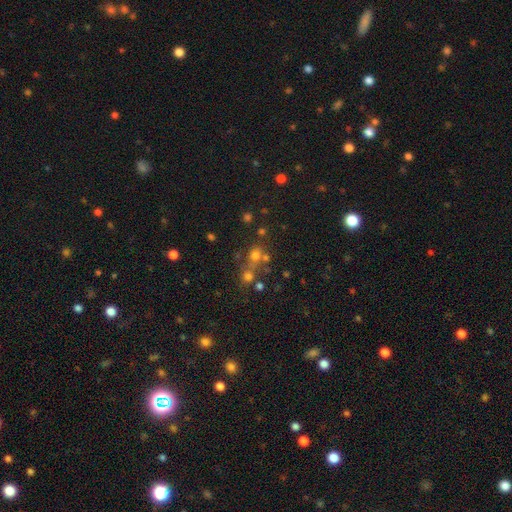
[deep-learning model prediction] smooth-or-featured: smooth: 59% | star or artifact: 27% | featured or disk: 14%
  how-rounded: round: 79% | in between: 20% | cigar-shaped: 2%
  merging: none: 49% | merger: 35% | minor disturbance: 10% | major disturbance: 6%